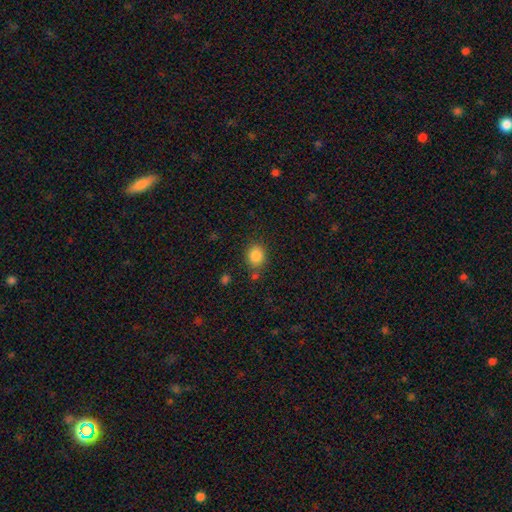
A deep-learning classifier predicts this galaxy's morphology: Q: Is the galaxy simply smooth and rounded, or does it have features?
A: smooth — 86%.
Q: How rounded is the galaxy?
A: round — 72%.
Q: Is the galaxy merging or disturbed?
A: none — 78%.